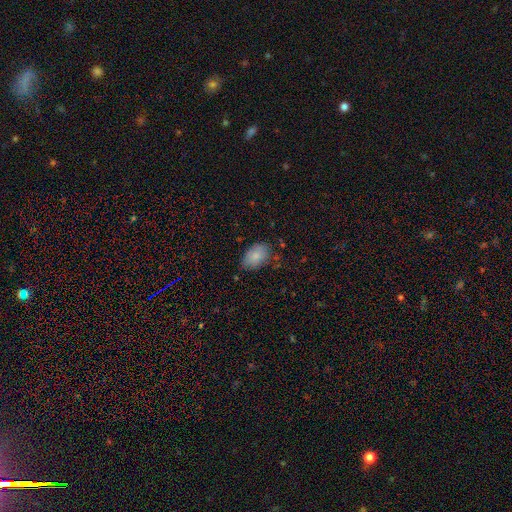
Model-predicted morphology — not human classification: Smooth or featured? smooth (84%)
How rounded? in between (89%)
Merging? none (73%)